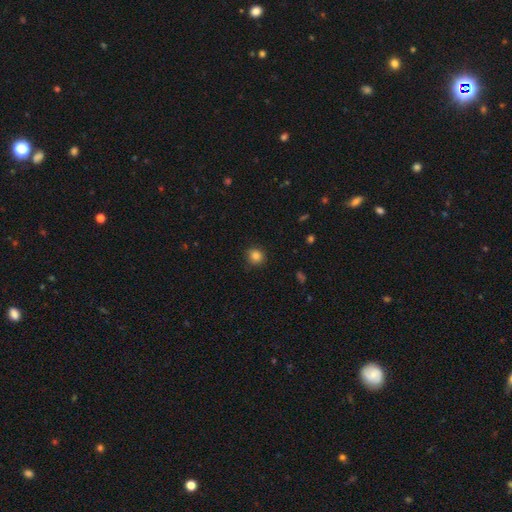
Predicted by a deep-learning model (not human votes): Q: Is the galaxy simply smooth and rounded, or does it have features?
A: smooth — 84%.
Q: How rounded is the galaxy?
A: round — 90%.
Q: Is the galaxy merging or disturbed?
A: none — 87%.